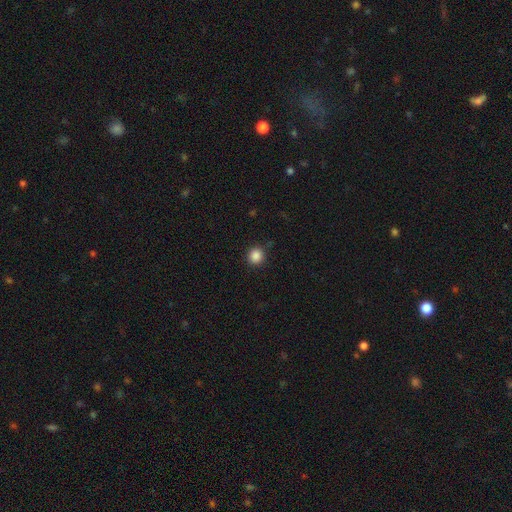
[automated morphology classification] smooth_or_featured: smooth (p=0.86) [alt: star or artifact p=0.11]
how_rounded: round (p=0.92) [alt: in between p=0.07]
merging: none (p=0.89) [alt: minor disturbance p=0.08]